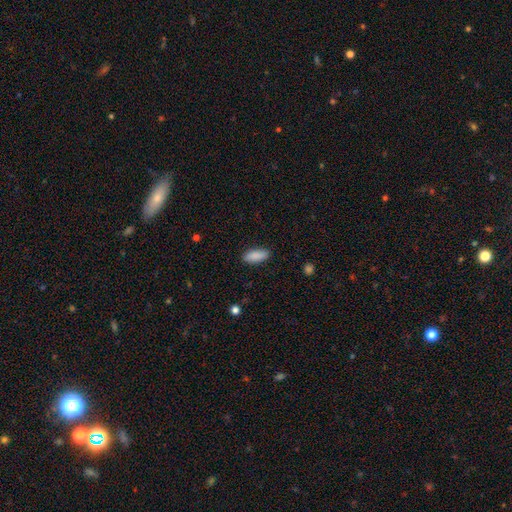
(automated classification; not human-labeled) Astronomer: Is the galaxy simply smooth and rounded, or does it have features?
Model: smooth — 89%.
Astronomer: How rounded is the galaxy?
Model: in between — 82%.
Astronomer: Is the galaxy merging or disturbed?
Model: none — 87%.